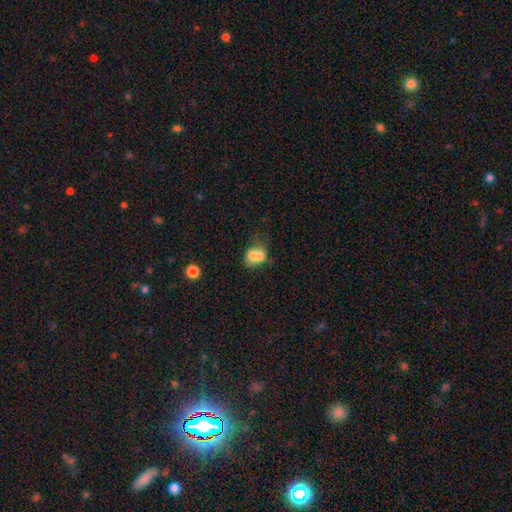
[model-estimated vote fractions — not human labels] Overall: smooth (71%). How rounded: in between (57%; round 41%). Merging: merger (42%; none 31%).